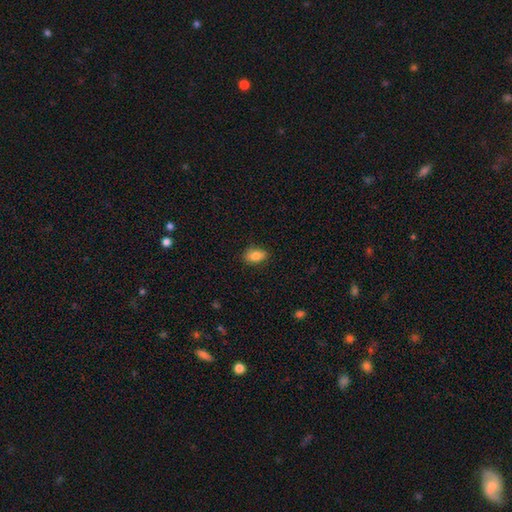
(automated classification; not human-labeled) A smooth galaxy with no disk features (84%) that is in between round and cigar-shaped (88%). Merging: none (84%).